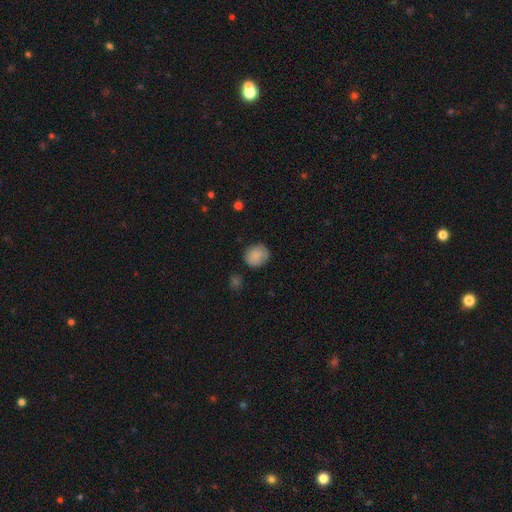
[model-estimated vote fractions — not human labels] smooth 85%, star or artifact 8%, featured or disk 7%. Down the decision tree: how rounded — round (66%); merging — none (78%).